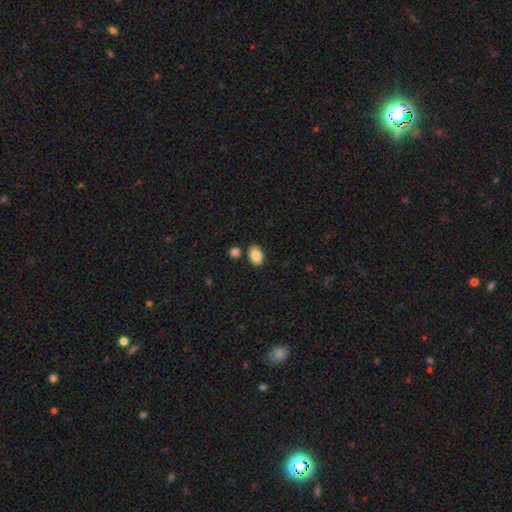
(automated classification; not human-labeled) Morphology: type=smooth (86%); roundness=in between (80%); merging=none (81%).